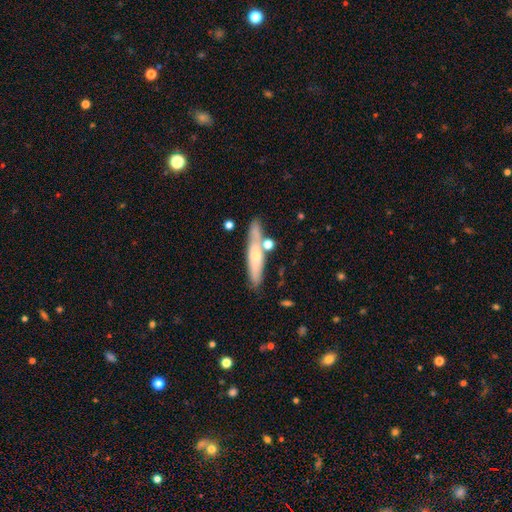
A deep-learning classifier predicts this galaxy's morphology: Overall: smooth (54%; featured or disk 39%). How rounded: cigar-shaped (85%). Merging: none (73%).